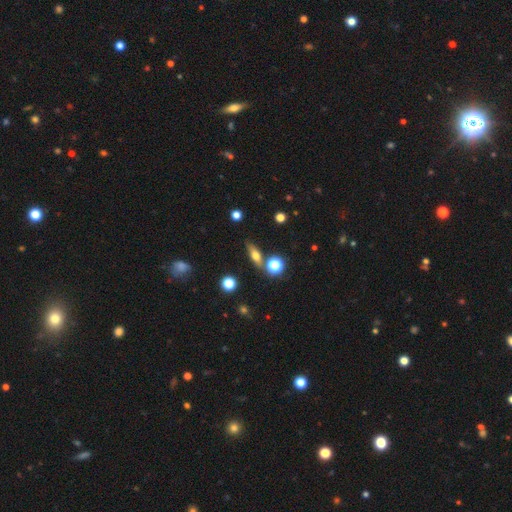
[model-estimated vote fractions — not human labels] Smooth or featured: smooth — 54% (featured or disk — 33%)
How rounded: in between — 50% (cigar-shaped — 36%)
Merging: none — 73% (minor disturbance — 13%)